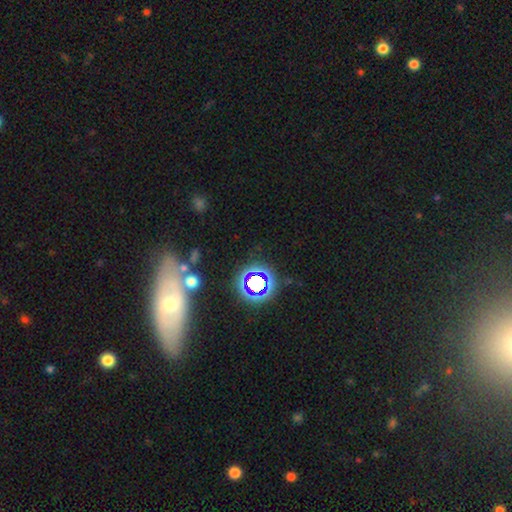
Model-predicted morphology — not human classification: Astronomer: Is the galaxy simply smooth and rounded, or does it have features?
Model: star or artifact — 45% (runner-up: smooth, 32%).